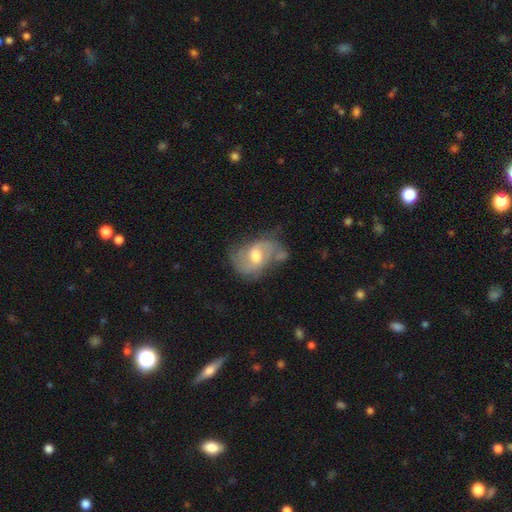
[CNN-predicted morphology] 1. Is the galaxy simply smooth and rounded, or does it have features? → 70% featured or disk, 23% smooth, 8% star or artifact.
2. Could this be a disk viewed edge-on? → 96% no, 4% yes.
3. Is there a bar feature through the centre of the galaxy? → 47% weak, 43% no, 10% strong.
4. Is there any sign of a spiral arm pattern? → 84% yes, 16% no.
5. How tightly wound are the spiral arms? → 45% medium, 35% loose, 20% tight.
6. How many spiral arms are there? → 75% 2, 15% can't tell, 4% 1, 4% 3, 2% 4, 1% more than 4.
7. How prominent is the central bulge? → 71% moderate, 15% small, 11% large, 2% none, 1% dominant.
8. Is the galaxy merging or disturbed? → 48% none, 28% minor disturbance, 16% major disturbance, 8% merger.